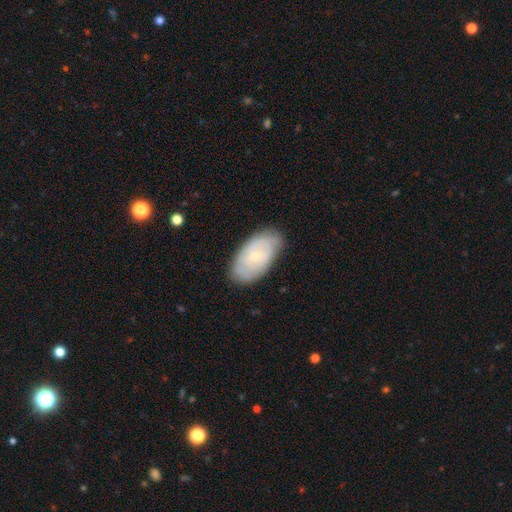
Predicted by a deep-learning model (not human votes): Smooth or featured? Predicted: featured or disk (p=0.51). Edge-on disk? Predicted: no (p=0.93). Merging? Predicted: none (p=0.77).